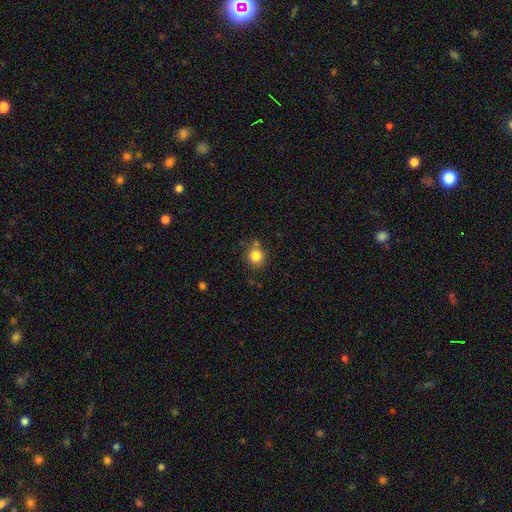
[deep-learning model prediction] Q: Smooth or featured?
A: smooth (84%); runner-up: star or artifact (11%)
Q: How rounded?
A: round (87%); runner-up: in between (12%)
Q: Merging?
A: none (75%); runner-up: minor disturbance (13%)